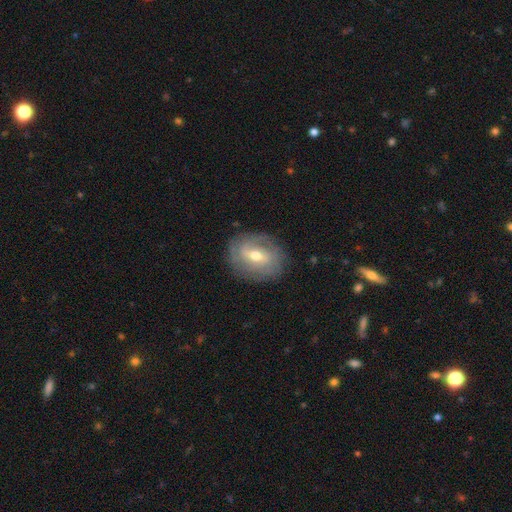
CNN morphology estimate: This appears to be a featured or disk galaxy (68%) with a weak bar (47%), spiral arms (72%) and a moderate central bulge (66%). Merging: none (79%).